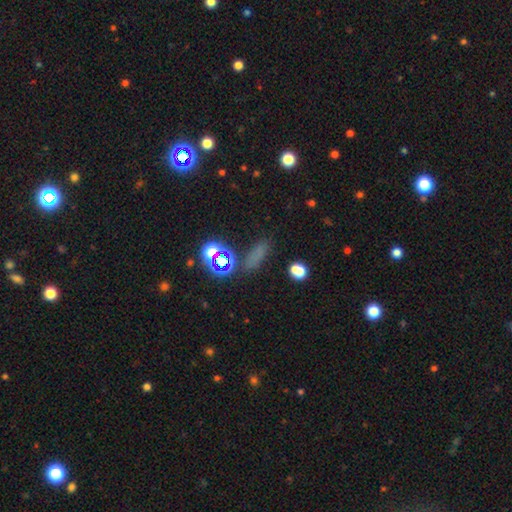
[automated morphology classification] smooth-or-featured: smooth: 52% | star or artifact: 38% | featured or disk: 10%
  how-rounded: in between: 43% | cigar-shaped: 37% | round: 19%
  merging: none: 73% | minor disturbance: 13% | merger: 8% | major disturbance: 7%